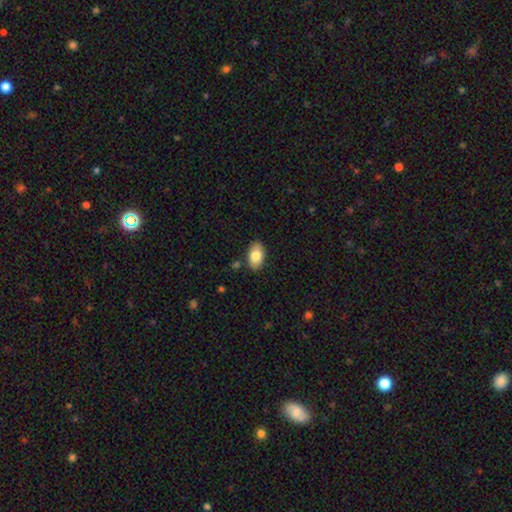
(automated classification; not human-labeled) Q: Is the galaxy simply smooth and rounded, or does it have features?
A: smooth — 81%.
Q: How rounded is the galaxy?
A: in between — 93%.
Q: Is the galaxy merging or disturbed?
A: none — 86%.